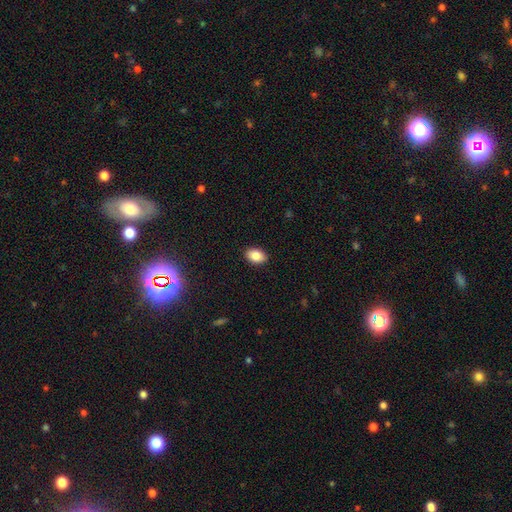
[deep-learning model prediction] This appears to be a smooth galaxy with no disk features (84%) that is in between round and cigar-shaped (85%). Merging: none (90%).